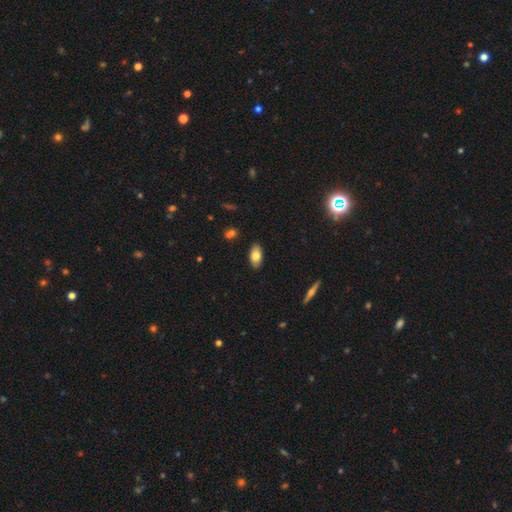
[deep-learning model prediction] The model was most divided on "smooth or featured": smooth: 78%, featured or disk: 15%, star or artifact: 7%. More confident: how rounded — in between (92%); merging — none (87%).